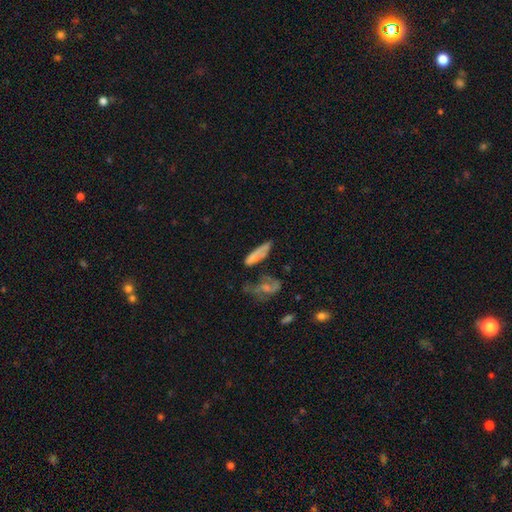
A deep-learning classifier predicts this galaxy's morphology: Smooth or featured? Predicted: smooth (p=0.61). How rounded? Predicted: cigar-shaped (p=0.57). Merging? Predicted: none (p=0.36).